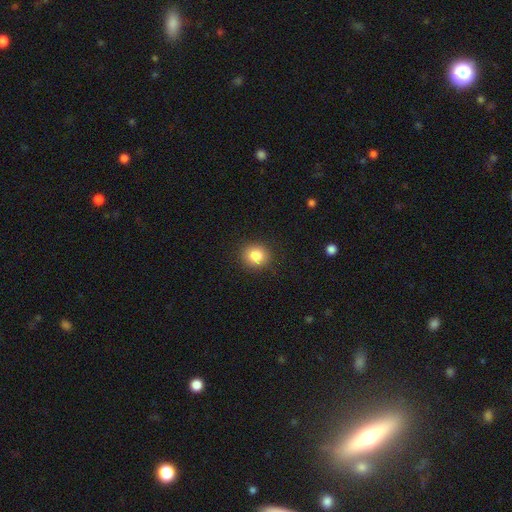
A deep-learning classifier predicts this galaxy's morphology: smooth 84%, star or artifact 10%, featured or disk 6%. Down the decision tree: how rounded — round (83%); merging — none (88%).